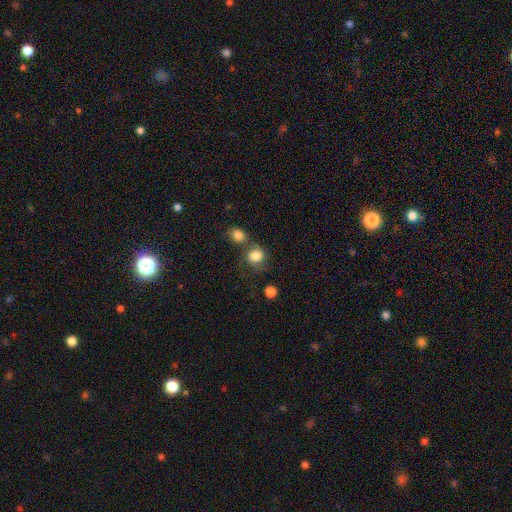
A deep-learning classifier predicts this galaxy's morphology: Smooth or featured: smooth — 81% (featured or disk — 10%)
How rounded: round — 75% (in between — 24%)
Merging: none — 49% (merger — 29%)